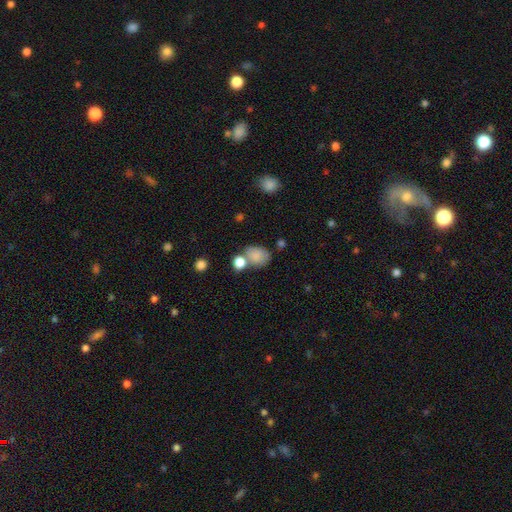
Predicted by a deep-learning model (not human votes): A smooth galaxy with no disk features (83%) that is in between round and cigar-shaped (57%). Merging: none (48%).